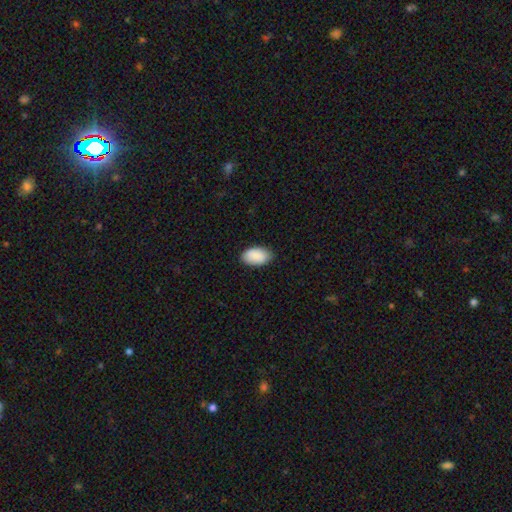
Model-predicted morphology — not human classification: Smooth or featured? smooth (90%)
How rounded? in between (93%)
Merging? none (80%)